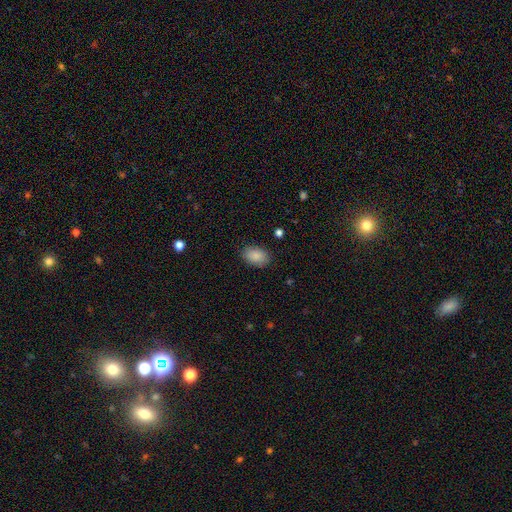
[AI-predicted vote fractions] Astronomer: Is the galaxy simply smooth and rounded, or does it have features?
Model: smooth — 88%.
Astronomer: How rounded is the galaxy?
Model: in between — 88%.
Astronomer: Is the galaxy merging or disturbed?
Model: none — 86%.